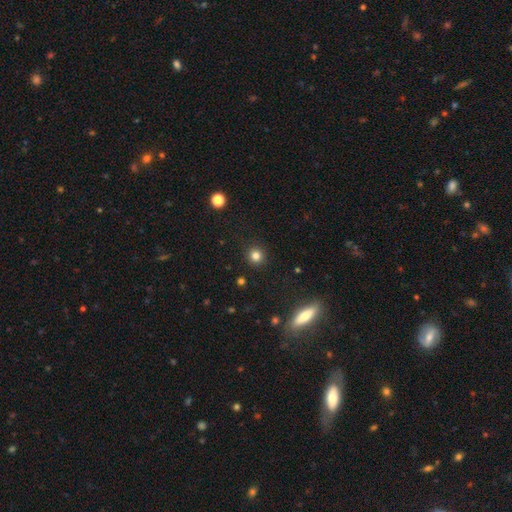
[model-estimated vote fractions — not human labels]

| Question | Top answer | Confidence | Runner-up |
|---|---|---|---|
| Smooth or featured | smooth | 82% | star or artifact (13%) |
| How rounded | round | 94% | in between (5%) |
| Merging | none | 92% | minor disturbance (5%) |